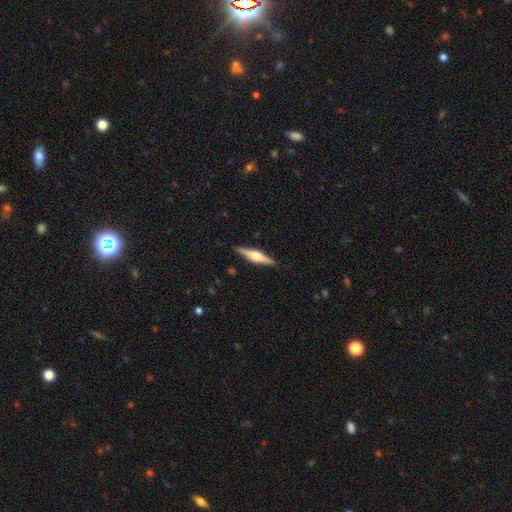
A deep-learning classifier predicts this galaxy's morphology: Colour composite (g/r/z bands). It shows a featured or disk galaxy (67%) viewed edge-on (98%) with a rounded central bulge (88%). Merging: none (91%).